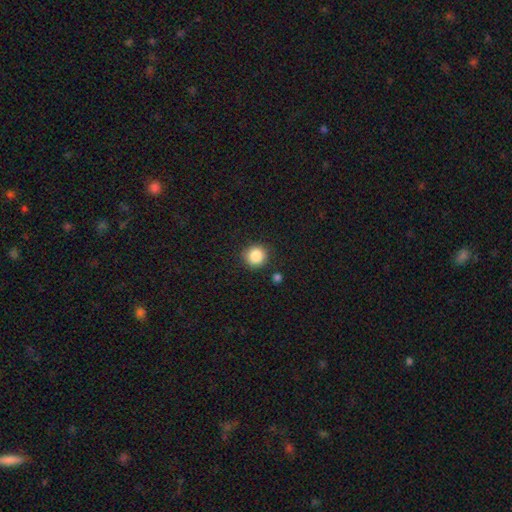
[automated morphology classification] smooth-or-featured: smooth: 87% | star or artifact: 9% | featured or disk: 4%
  how-rounded: round: 94% | in between: 5% | cigar-shaped: 1%
  merging: none: 89% | minor disturbance: 7% | merger: 2% | major disturbance: 2%